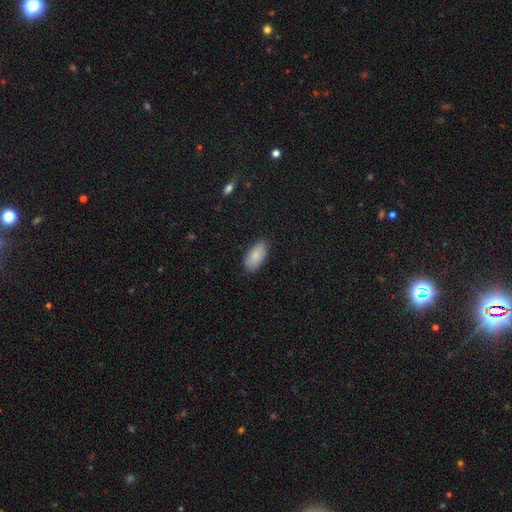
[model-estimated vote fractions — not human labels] This appears to be a smooth galaxy with no disk features (86%) that is in between round and cigar-shaped (92%). Merging: none (86%).